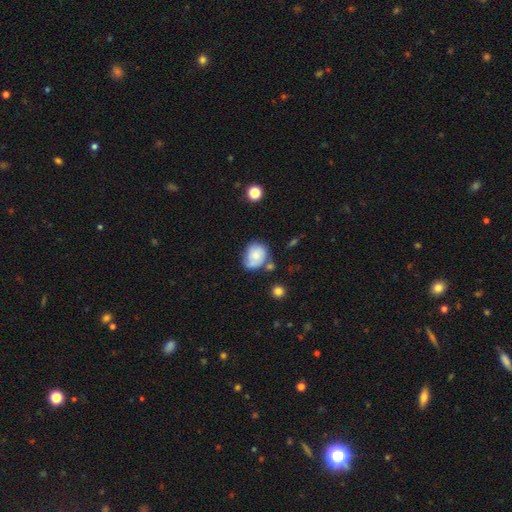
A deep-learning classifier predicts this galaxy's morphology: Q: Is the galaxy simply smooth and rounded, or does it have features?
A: smooth — 60%.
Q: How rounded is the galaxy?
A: round — 53%.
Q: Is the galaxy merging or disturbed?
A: none — 46%.